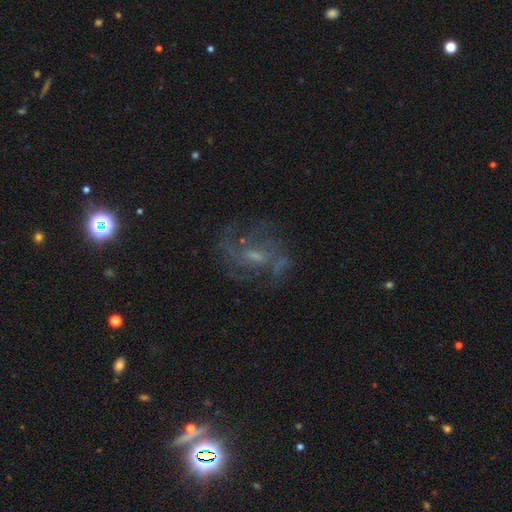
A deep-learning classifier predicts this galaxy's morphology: A featured or disk galaxy (70%) with a weak bar (46%), medium (45%) spiral arms (79%) and a small central bulge (48%). Merging: none (63%).